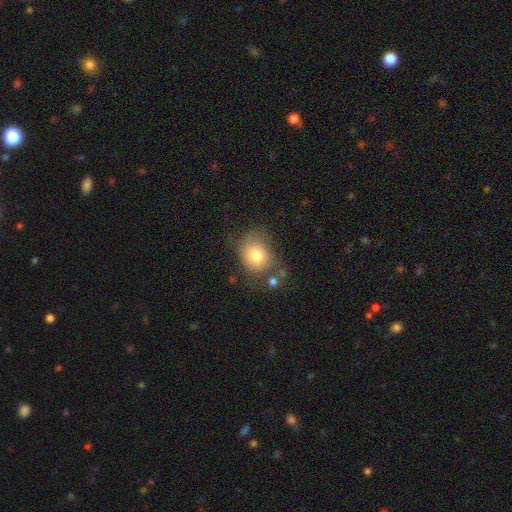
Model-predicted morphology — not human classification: A smooth galaxy with no disk features (78%) that is round (58%). Merging: none (55%).